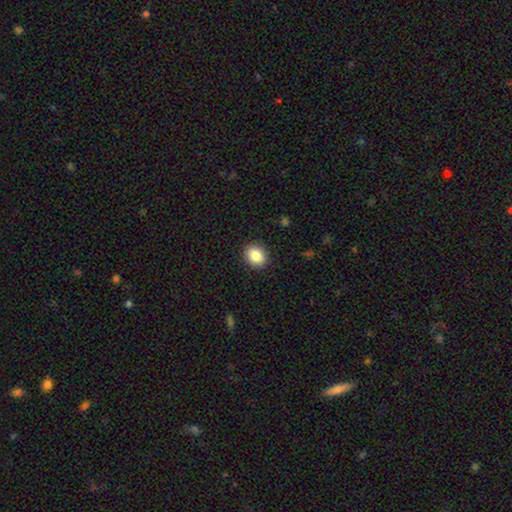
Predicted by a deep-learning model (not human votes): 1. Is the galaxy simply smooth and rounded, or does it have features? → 86% smooth, 8% star or artifact, 5% featured or disk.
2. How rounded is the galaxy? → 52% round, 47% in between, 1% cigar-shaped.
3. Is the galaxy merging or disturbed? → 90% none, 7% minor disturbance, 2% major disturbance, 1% merger.